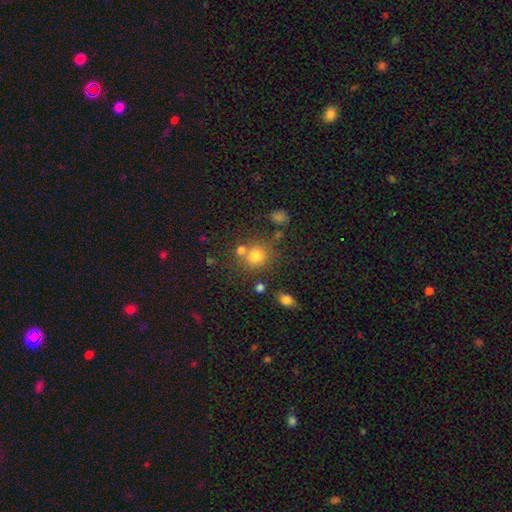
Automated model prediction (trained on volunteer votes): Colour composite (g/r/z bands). It shows a smooth galaxy with no disk features (77%) that is round (84%). Merging: none (64%).